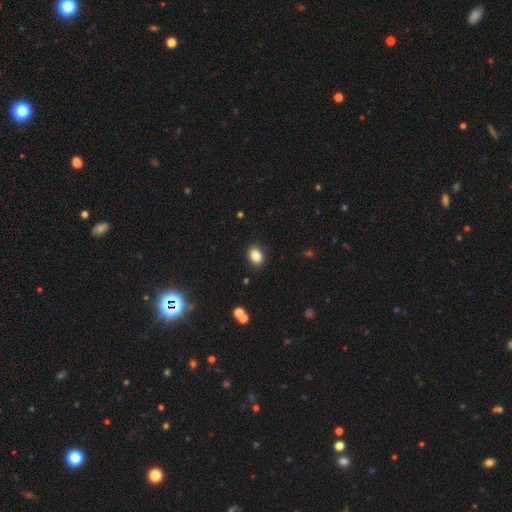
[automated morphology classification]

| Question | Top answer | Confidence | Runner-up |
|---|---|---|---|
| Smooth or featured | smooth | 85% | star or artifact (9%) |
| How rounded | in between | 77% | round (22%) |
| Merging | none | 88% | minor disturbance (8%) |